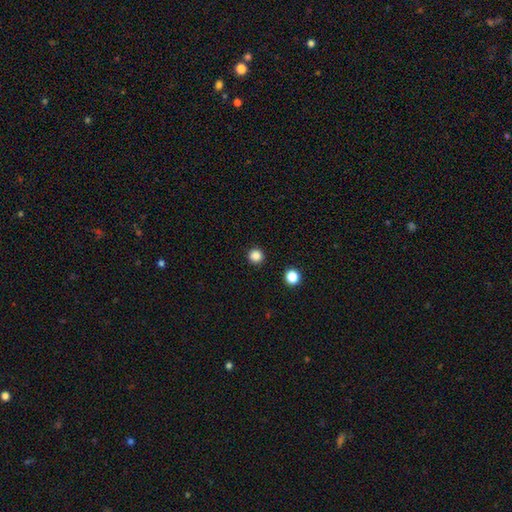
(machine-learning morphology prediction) Smooth or featured: smooth — 85% (star or artifact — 12%)
How rounded: round — 96% (in between — 3%)
Merging: none — 93% (minor disturbance — 4%)